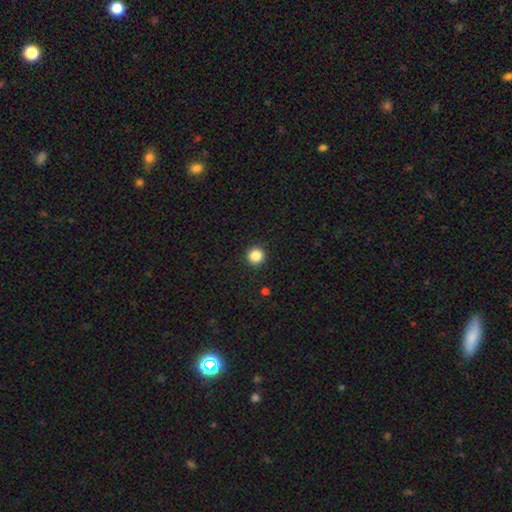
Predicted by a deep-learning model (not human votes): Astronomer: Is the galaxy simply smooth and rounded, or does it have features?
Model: smooth — 86%.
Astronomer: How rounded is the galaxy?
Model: round — 96%.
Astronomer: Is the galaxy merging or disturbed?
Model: none — 93%.